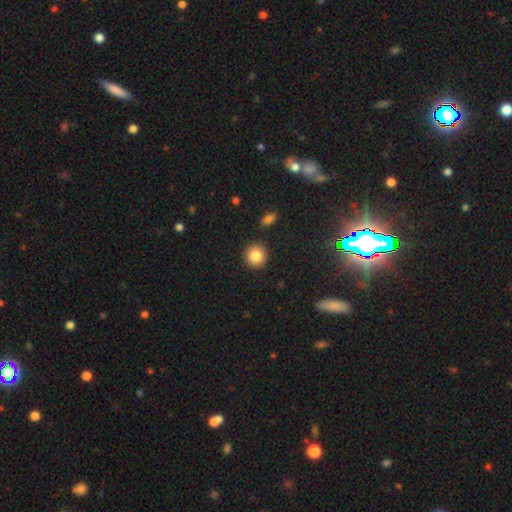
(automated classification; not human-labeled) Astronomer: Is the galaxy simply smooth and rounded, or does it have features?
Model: smooth — 84%.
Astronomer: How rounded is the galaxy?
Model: round — 92%.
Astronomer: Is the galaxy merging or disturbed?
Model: none — 90%.